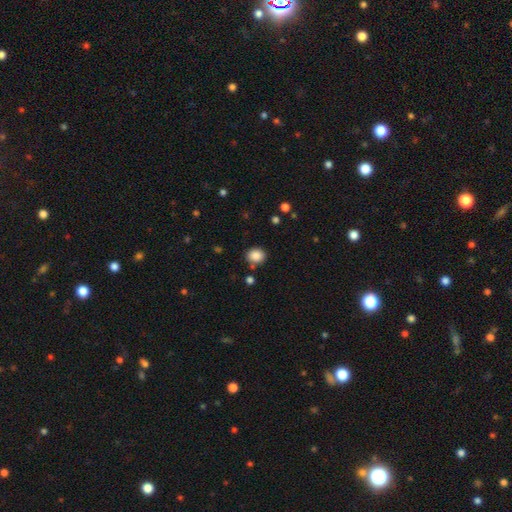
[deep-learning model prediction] Smooth or featured? smooth (87%)
How rounded? round (68%)
Merging? none (81%)